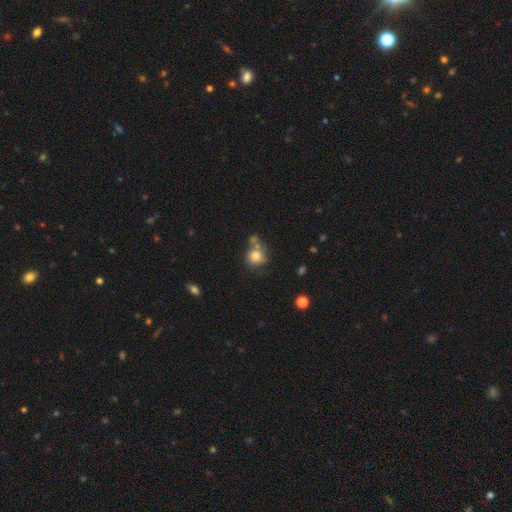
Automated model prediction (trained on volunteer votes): This is likely a smooth galaxy (78%). How rounded: clearly round (82%). Merging: possibly none (49%).